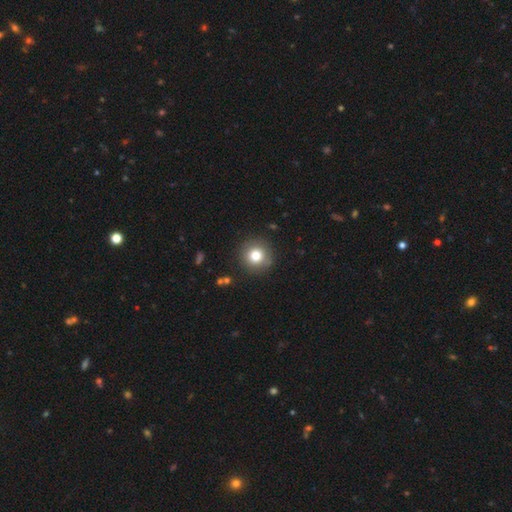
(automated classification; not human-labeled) Morphology: type=smooth (79%); roundness=round (95%); merging=none (89%).